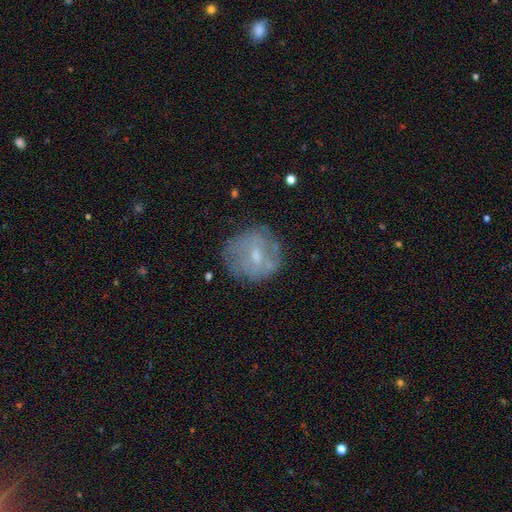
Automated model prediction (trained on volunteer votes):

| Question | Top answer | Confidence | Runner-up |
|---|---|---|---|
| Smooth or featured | featured or disk | 48% | smooth (42%) |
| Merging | none | 69% | minor disturbance (19%) |